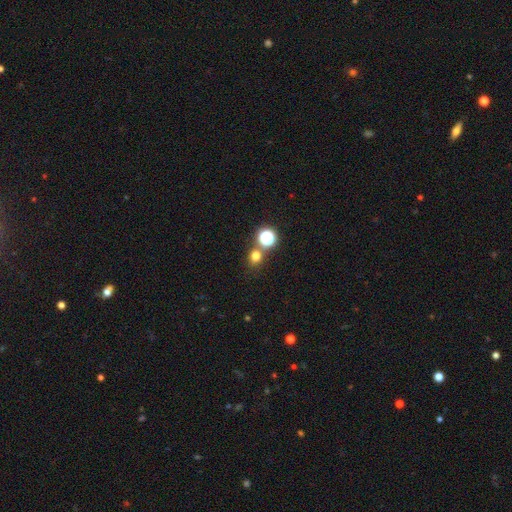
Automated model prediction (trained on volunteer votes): This appears to be a smooth galaxy with no disk features (70%) that is round (80%). Merging: none (72%).